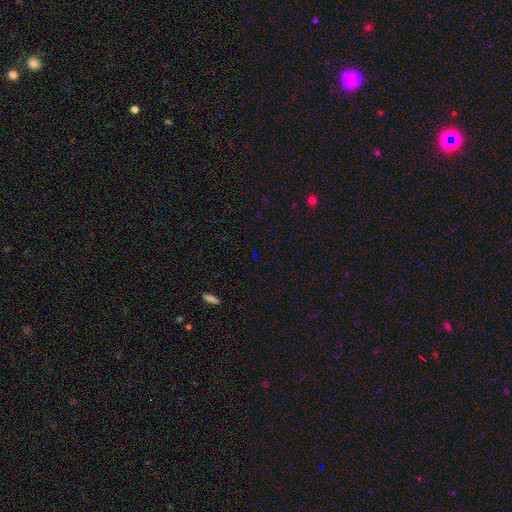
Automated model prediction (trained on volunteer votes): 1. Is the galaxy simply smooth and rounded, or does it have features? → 71% star or artifact, 19% smooth, 10% featured or disk.